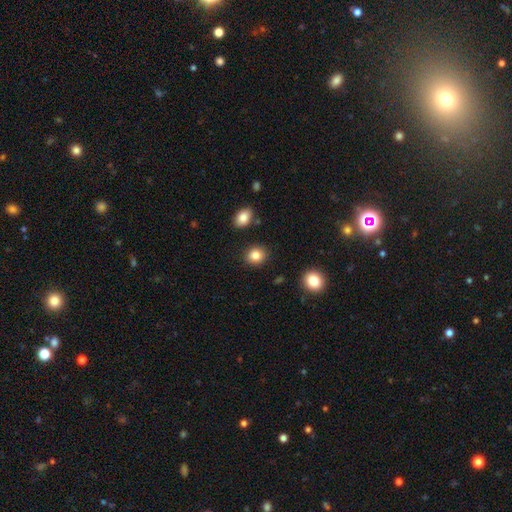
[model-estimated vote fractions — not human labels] Overall: smooth (85%). How rounded: round (73%). Merging: none (88%).